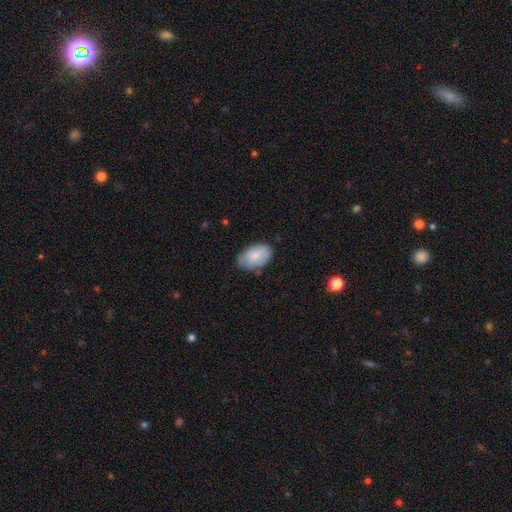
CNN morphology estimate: Smooth or featured?
  - smooth: 79% *
  - featured or disk: 15%
  - star or artifact: 6%
How rounded?
  - in between: 92% *
  - round: 6%
  - cigar-shaped: 1%
Merging?
  - none: 69% *
  - minor disturbance: 25%
  - major disturbance: 4%
  - merger: 2%